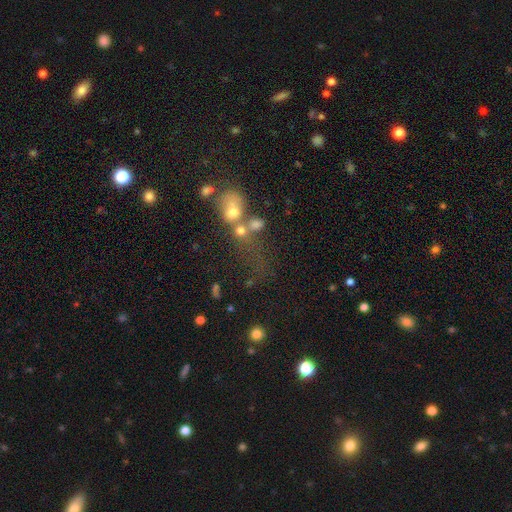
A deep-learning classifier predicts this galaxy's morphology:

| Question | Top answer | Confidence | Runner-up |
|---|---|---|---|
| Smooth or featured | smooth | 43% | star or artifact (36%) |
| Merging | merger | 46% | none (32%) |